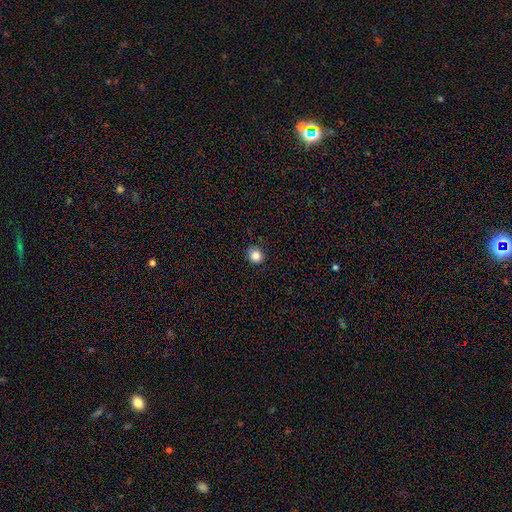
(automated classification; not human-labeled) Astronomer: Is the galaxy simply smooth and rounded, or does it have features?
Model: smooth — 86%.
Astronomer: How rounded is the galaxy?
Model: round — 86%.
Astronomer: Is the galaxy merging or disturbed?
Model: none — 90%.